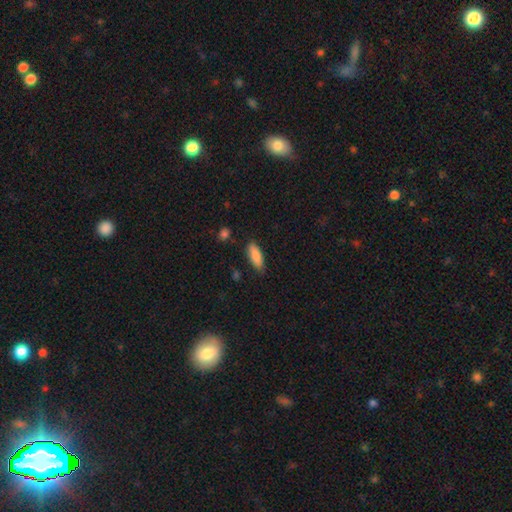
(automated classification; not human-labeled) This appears to be a smooth galaxy with no disk features (87%) that is in between round and cigar-shaped (66%). Merging: none (84%).